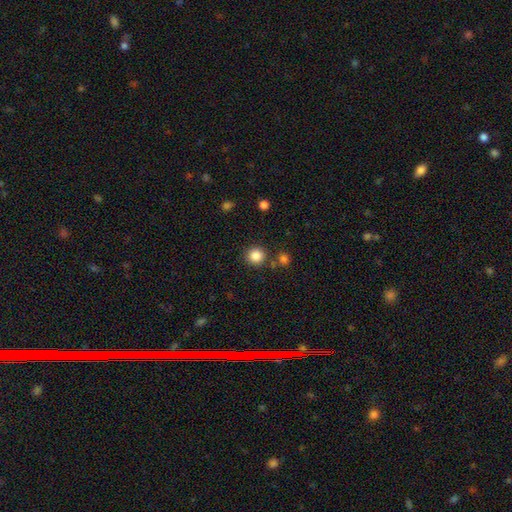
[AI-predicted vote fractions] Overall: smooth (85%). How rounded: round (93%). Merging: none (83%).